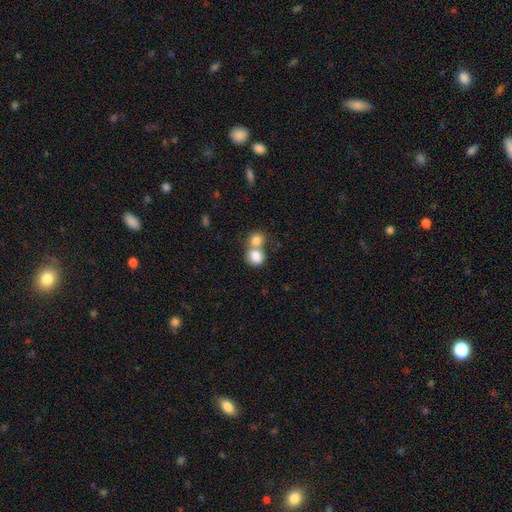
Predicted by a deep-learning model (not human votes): smooth-or-featured: smooth: 82% | featured or disk: 9% | star or artifact: 8%
  how-rounded: round: 71% | in between: 28% | cigar-shaped: 1%
  merging: merger: 60% | none: 31% | minor disturbance: 6% | major disturbance: 3%